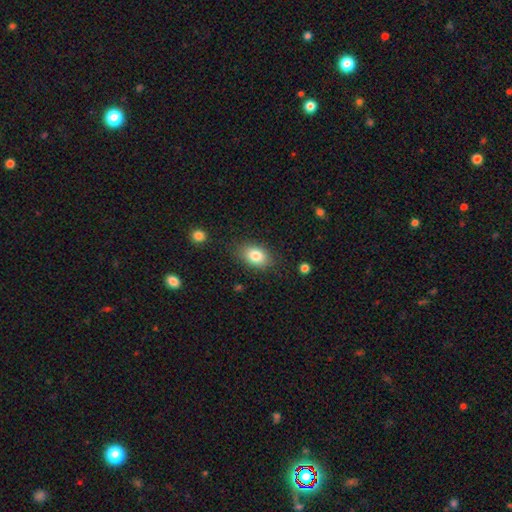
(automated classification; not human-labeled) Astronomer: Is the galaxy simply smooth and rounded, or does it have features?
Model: smooth — 82%.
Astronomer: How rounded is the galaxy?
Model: in between — 83%.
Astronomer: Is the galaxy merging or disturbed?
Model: none — 82%.